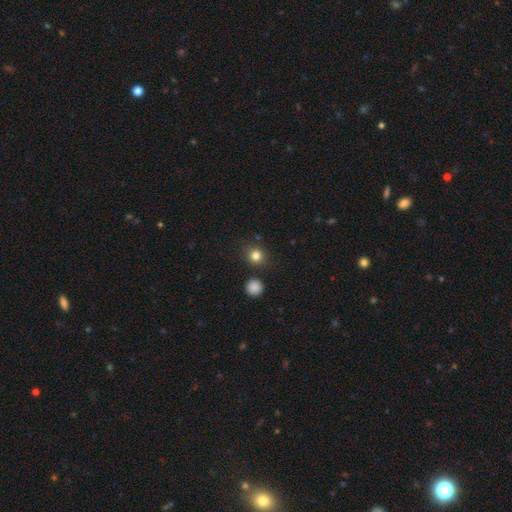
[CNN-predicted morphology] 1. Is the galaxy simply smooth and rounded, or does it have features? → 81% smooth, 13% star or artifact, 6% featured or disk.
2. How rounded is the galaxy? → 86% round, 13% in between, 1% cigar-shaped.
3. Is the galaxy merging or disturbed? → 84% none, 9% minor disturbance, 4% merger, 3% major disturbance.